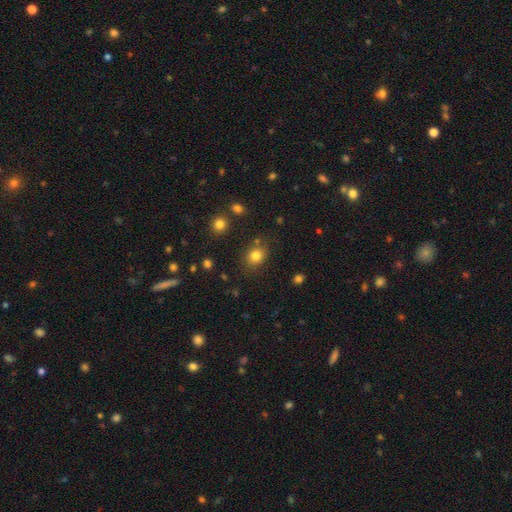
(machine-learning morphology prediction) smooth_or_featured: smooth (p=0.81) [alt: star or artifact p=0.13]
how_rounded: round (p=0.66) [alt: in between p=0.33]
merging: none (p=0.77) [alt: minor disturbance p=0.13]